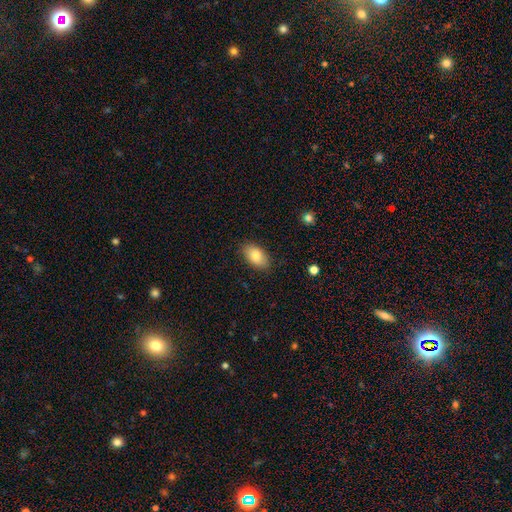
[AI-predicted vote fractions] Smooth or featured? smooth (83%)
How rounded? in between (93%)
Merging? none (86%)